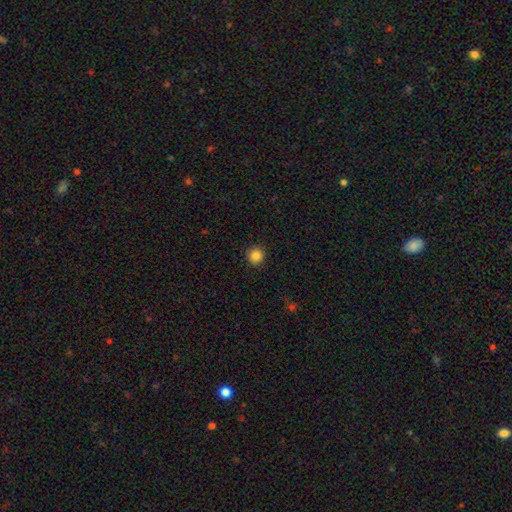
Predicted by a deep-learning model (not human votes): Smooth or featured?
  - smooth: 86% *
  - star or artifact: 11%
  - featured or disk: 3%
How rounded?
  - round: 95% *
  - in between: 4%
  - cigar-shaped: 1%
Merging?
  - none: 92% *
  - minor disturbance: 5%
  - major disturbance: 2%
  - merger: 1%